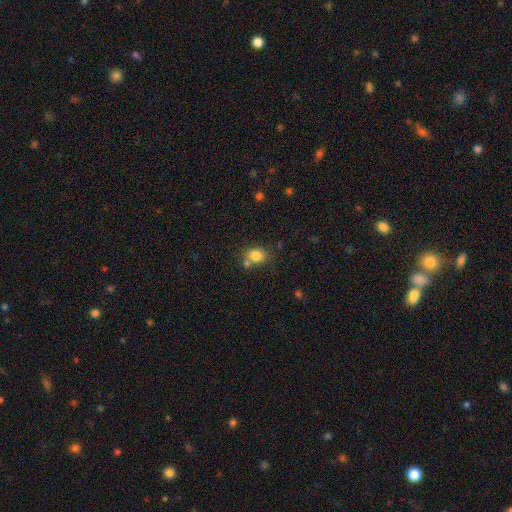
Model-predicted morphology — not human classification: smooth 82%, star or artifact 10%, featured or disk 8%. Down the decision tree: how rounded — round (57%); merging — none (59%).